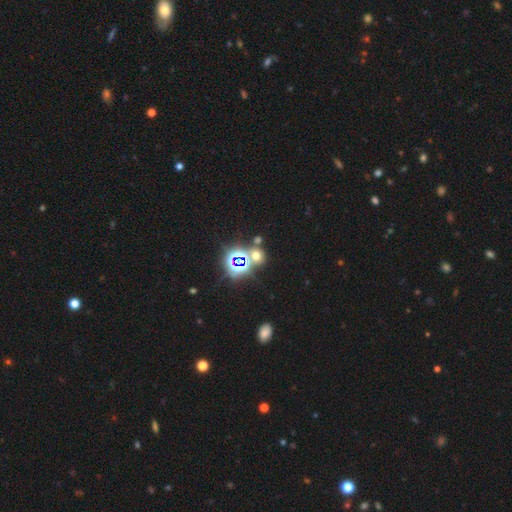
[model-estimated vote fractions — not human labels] Smooth or featured? Predicted: star or artifact (p=0.53).